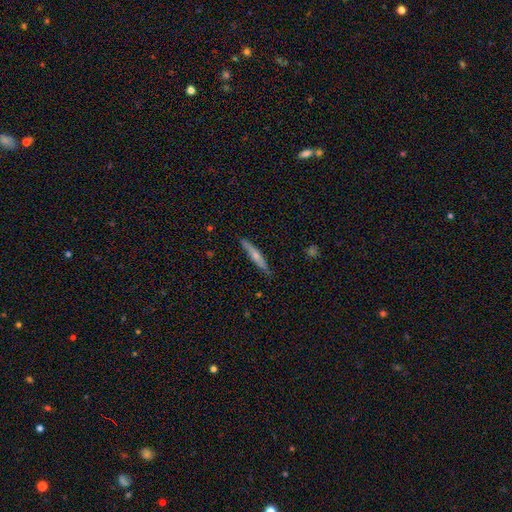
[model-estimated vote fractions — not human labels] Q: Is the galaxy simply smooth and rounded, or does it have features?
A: smooth — 53%.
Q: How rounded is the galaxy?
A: cigar-shaped — 92%.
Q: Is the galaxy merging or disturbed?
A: none — 82%.